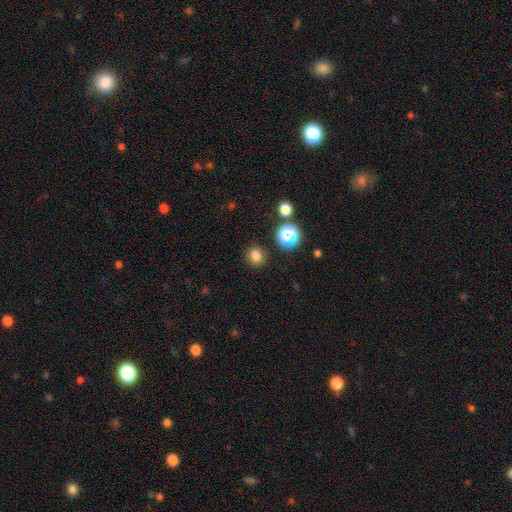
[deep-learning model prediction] Smooth or featured?
  - smooth: 79% *
  - star or artifact: 16%
  - featured or disk: 5%
How rounded?
  - round: 83% *
  - in between: 16%
  - cigar-shaped: 1%
Merging?
  - none: 88% *
  - minor disturbance: 7%
  - major disturbance: 3%
  - merger: 2%